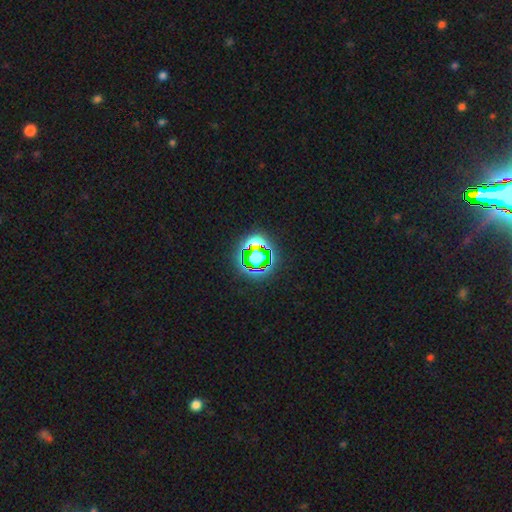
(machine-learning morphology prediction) smooth_or_featured: star or artifact (p=0.65) [alt: smooth p=0.22]